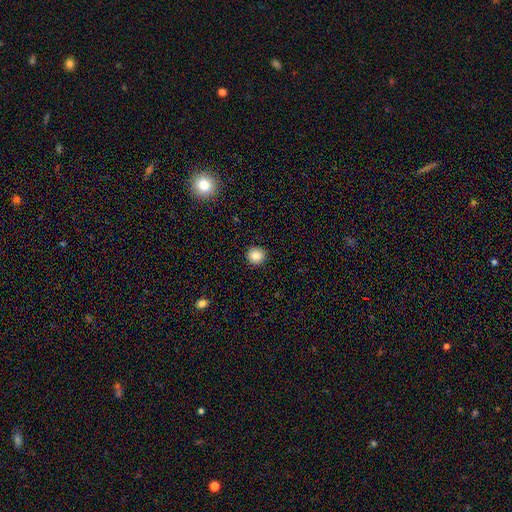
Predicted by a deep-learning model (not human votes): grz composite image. It shows a smooth galaxy with no disk features (86%) that is round (95%). Merging: none (92%).